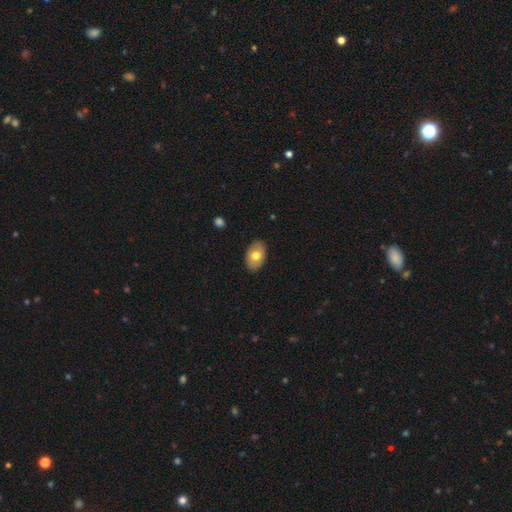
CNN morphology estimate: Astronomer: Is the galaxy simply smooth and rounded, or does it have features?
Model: smooth — 71%.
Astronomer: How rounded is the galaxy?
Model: in between — 89%.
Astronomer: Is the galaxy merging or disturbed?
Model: none — 87%.